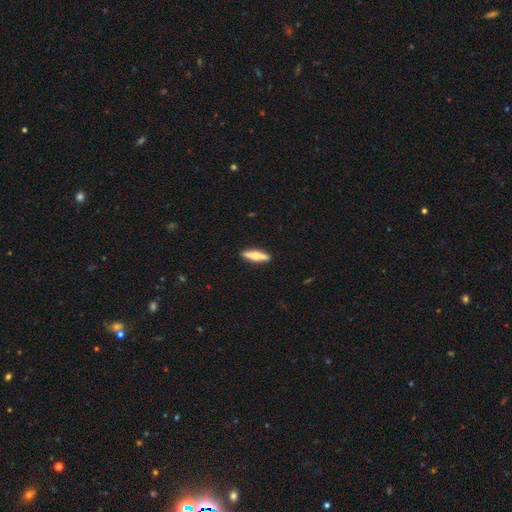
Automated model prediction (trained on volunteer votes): Morphology: type=smooth (48%); merging=none (90%).